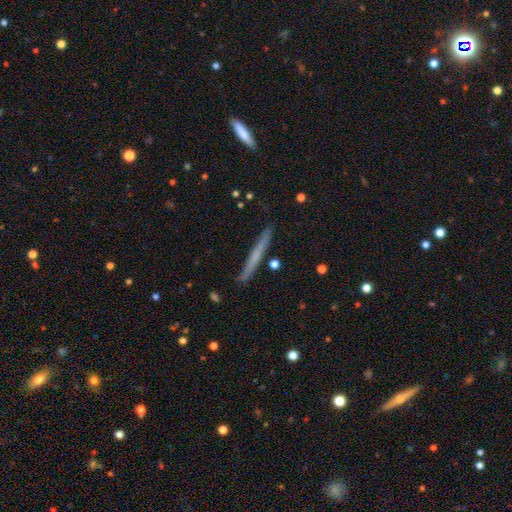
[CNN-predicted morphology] Smooth or featured?
  - smooth: 51% *
  - featured or disk: 42%
  - star or artifact: 6%
How rounded?
  - cigar-shaped: 97% *
  - in between: 2%
  - round: 2%
Merging?
  - none: 89% *
  - minor disturbance: 8%
  - merger: 2%
  - major disturbance: 2%